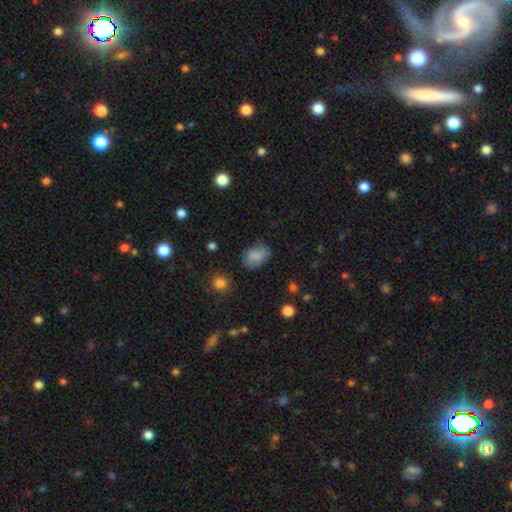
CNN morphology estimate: smooth_or_featured: smooth (p=0.77) [alt: featured or disk p=0.14]
how_rounded: in between (p=0.74) [alt: round p=0.24]
merging: none (p=0.57) [alt: minor disturbance p=0.30]